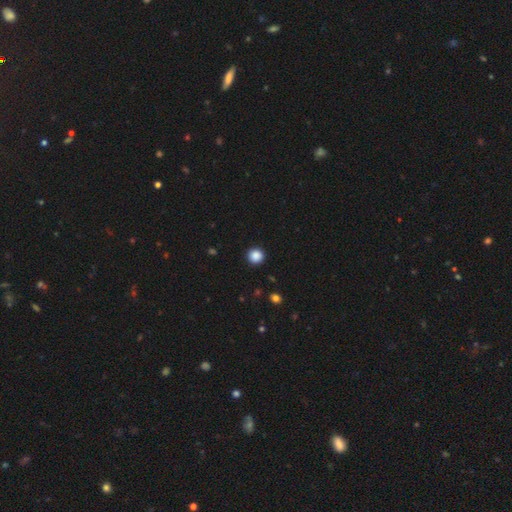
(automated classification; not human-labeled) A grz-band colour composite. It shows a smooth galaxy with no disk features (87%) that is round (94%). Merging: none (92%).